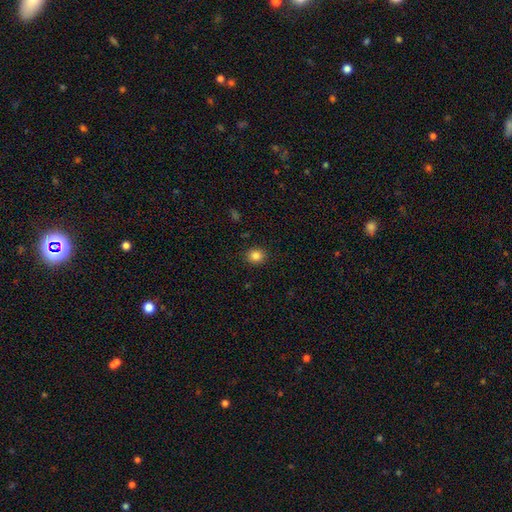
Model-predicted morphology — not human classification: The model was most divided on "how rounded": round: 77%, in between: 22%, cigar-shaped: 1%. More confident: merging — none (90%); smooth or featured — smooth (85%).